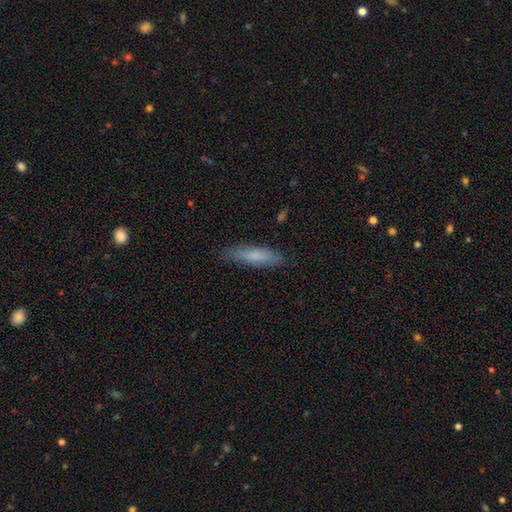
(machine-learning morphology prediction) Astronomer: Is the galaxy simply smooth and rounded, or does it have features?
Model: smooth — 77%.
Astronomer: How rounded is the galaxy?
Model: cigar-shaped — 76%.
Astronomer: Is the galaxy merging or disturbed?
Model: none — 82%.